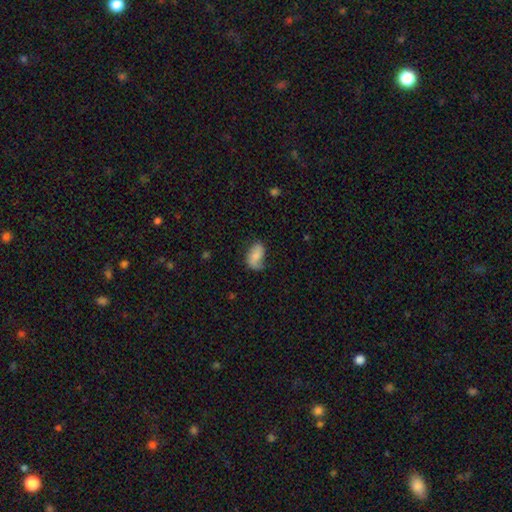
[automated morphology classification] smooth-or-featured: smooth: 71% | featured or disk: 22% | star or artifact: 7%
  how-rounded: in between: 92% | round: 6% | cigar-shaped: 2%
  merging: none: 49% | minor disturbance: 34% | major disturbance: 15% | merger: 2%